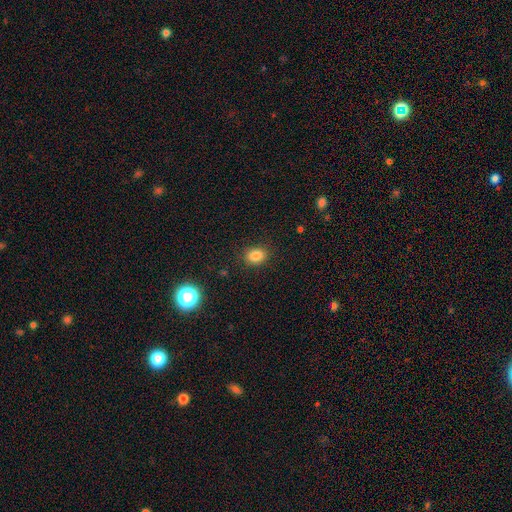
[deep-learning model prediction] Smooth or featured? Predicted: smooth (p=0.83). How rounded? Predicted: in between (p=0.55). Merging? Predicted: none (p=0.87).